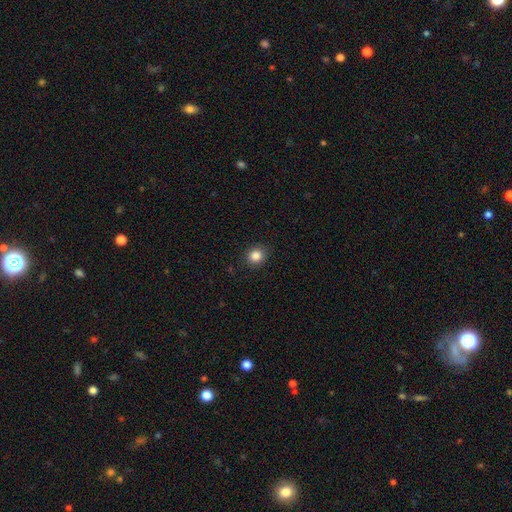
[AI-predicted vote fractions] The model was most divided on "how rounded": round: 81%, in between: 18%, cigar-shaped: 1%. More confident: merging — none (90%); smooth or featured — smooth (86%).